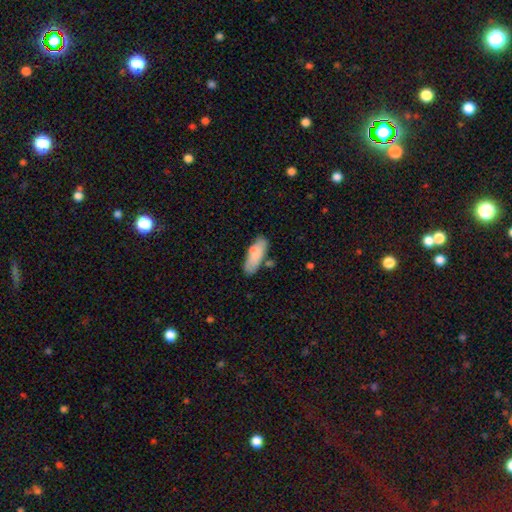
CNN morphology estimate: This is clearly a smooth galaxy (82%). How rounded: likely in between (68%). Merging: likely none (72%).